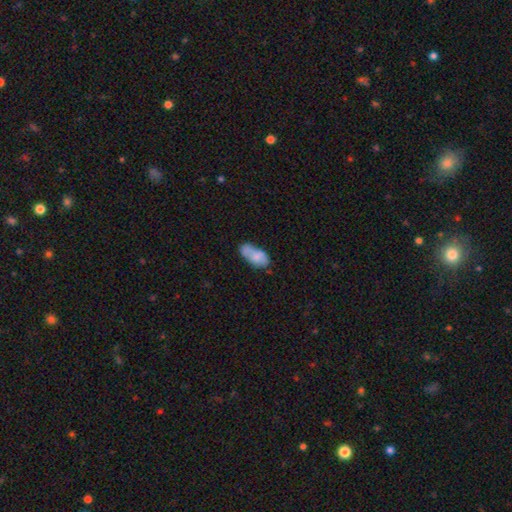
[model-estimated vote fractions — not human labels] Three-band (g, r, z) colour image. It shows a smooth galaxy with no disk features (71%) that is in between round and cigar-shaped (91%). Merging: none (44%).